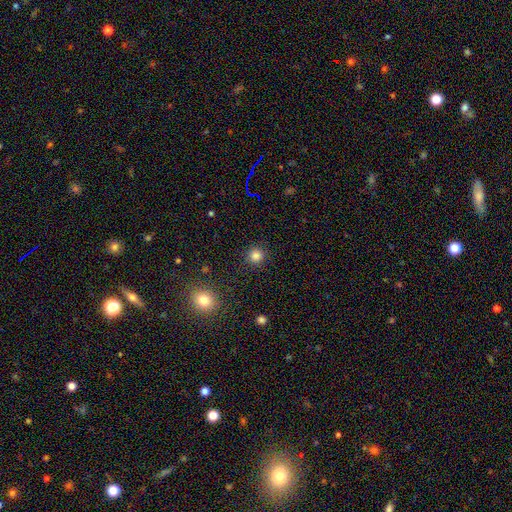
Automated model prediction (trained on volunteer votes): Smooth or featured? Predicted: smooth (p=0.83). How rounded? Predicted: round (p=0.93). Merging? Predicted: none (p=0.91).